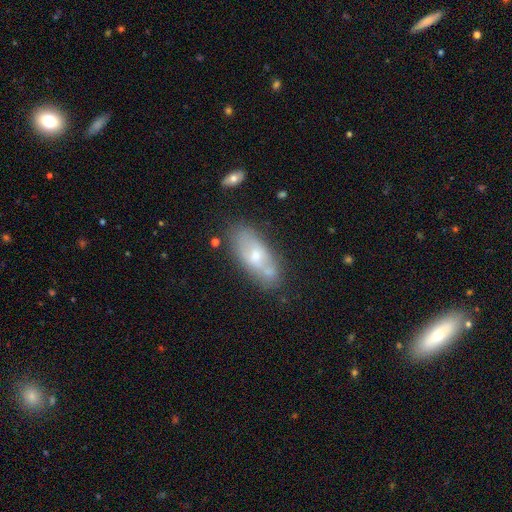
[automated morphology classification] featured or disk 46%, smooth 45%, star or artifact 9%. Down the decision tree: merging — none (59%).